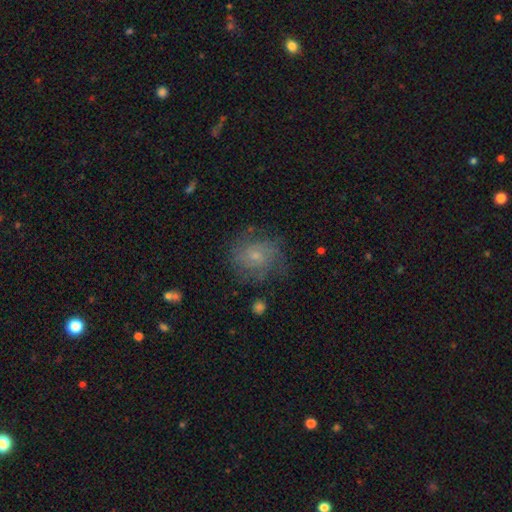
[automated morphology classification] Smooth or featured?
  - featured or disk: 55% *
  - smooth: 33%
  - star or artifact: 12%
Edge-on disk?
  - no: 97% *
  - yes: 3%
Bar?
  - no: 71% *
  - weak: 25%
  - strong: 4%
Spiral arms?
  - yes: 82% *
  - no: 18%
Bulge size?
  - small: 70% *
  - moderate: 22%
  - none: 5%
  - large: 2%
  - dominant: 1%
Merging?
  - none: 69% *
  - minor disturbance: 19%
  - major disturbance: 11%
  - merger: 2%